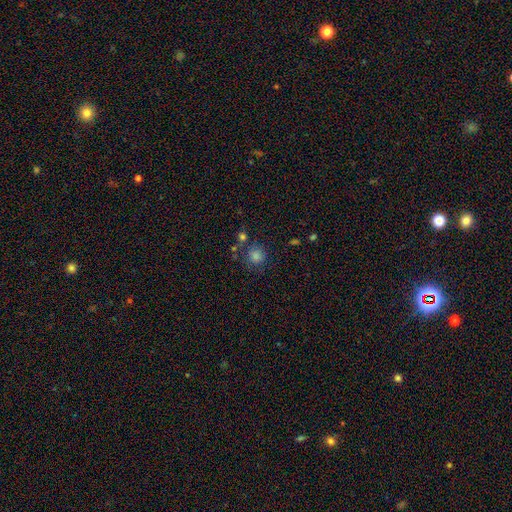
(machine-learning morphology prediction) A smooth galaxy with no disk features (73%) that is round (89%).

Vote fractions:
- Smooth or featured? smooth: 73% / star or artifact: 19% / featured or disk: 8%
- How rounded? round: 89% / in between: 10% / cigar-shaped: 1%
- Merging? none: 72% / minor disturbance: 13% / merger: 9% / major disturbance: 6%